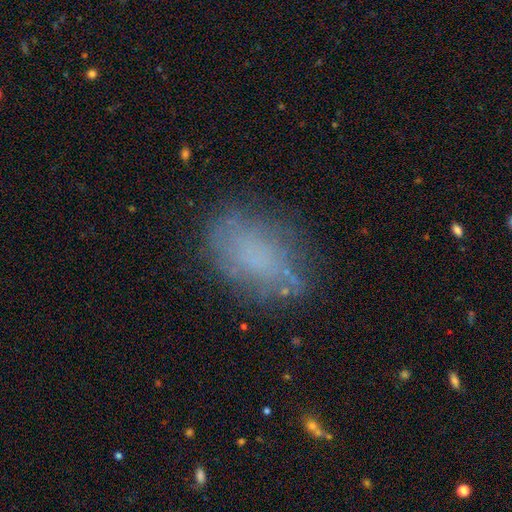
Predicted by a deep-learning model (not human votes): Morphology: type=smooth (57%); roundness=in between (86%); merging=none (65%).